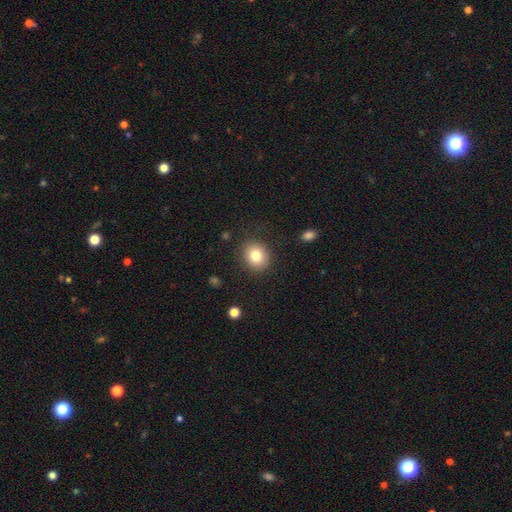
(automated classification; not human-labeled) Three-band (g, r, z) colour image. It shows a smooth galaxy with no disk features (80%) that is round (70%). Merging: none (87%).